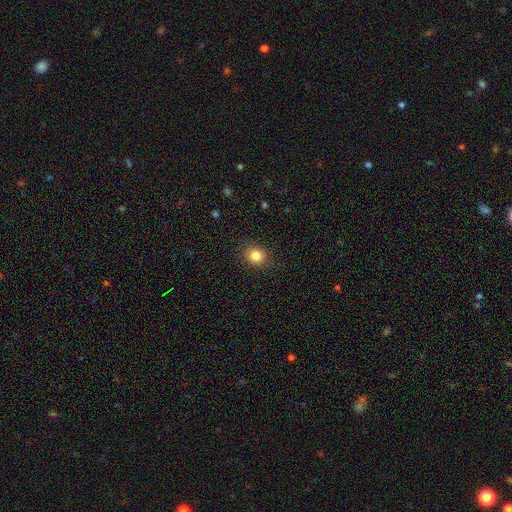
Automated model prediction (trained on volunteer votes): Smooth or featured? smooth (83%)
How rounded? round (78%)
Merging? none (88%)